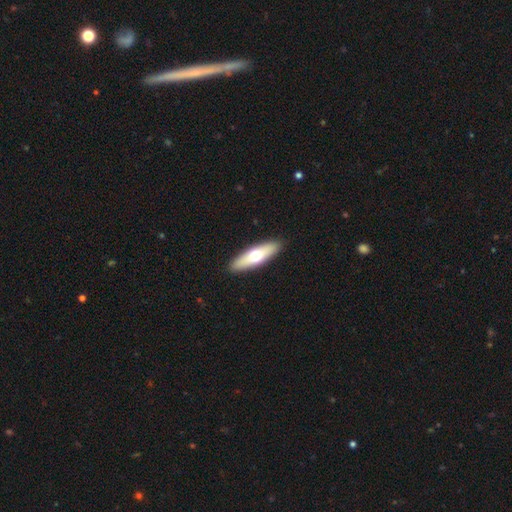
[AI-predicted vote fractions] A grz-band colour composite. It shows a smooth galaxy with no disk features (57%) that is cigar-shaped (55%). Merging: none (91%).